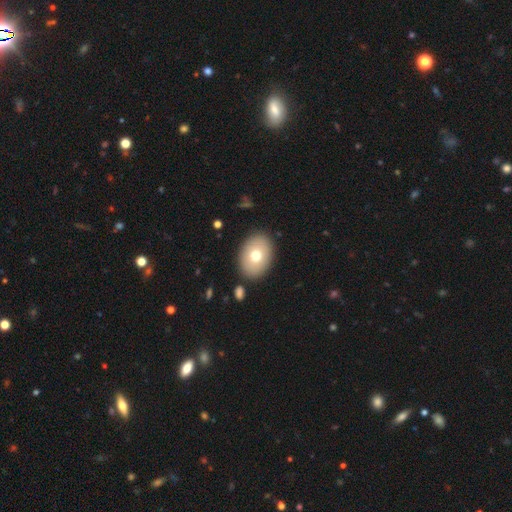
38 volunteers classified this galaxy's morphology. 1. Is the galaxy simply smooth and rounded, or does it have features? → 63% smooth, 37% featured or disk, 0% star or artifact.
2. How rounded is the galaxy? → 88% in between, 12% round, 0% cigar-shaped.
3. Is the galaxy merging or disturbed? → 95% none, 3% minor disturbance, 3% major disturbance, 0% merger.